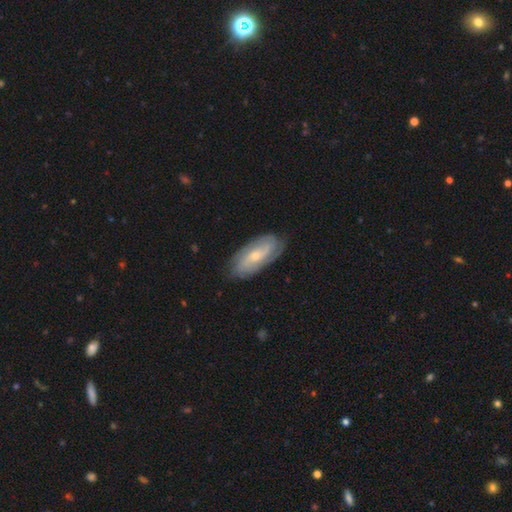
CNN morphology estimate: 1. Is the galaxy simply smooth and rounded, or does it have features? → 68% featured or disk, 26% smooth, 6% star or artifact.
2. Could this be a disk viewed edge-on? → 90% no, 10% yes.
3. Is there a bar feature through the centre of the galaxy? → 52% no, 36% weak, 12% strong.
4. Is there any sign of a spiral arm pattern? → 88% yes, 12% no.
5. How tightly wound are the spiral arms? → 46% tight, 35% medium, 18% loose.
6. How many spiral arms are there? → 47% 2, 33% can't tell, 9% 3, 4% 4, 3% 1, 3% more than 4.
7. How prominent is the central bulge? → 59% small, 36% moderate, 2% none, 2% large, 1% dominant.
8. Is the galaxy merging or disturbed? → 80% none, 15% minor disturbance, 4% major disturbance, 1% merger.